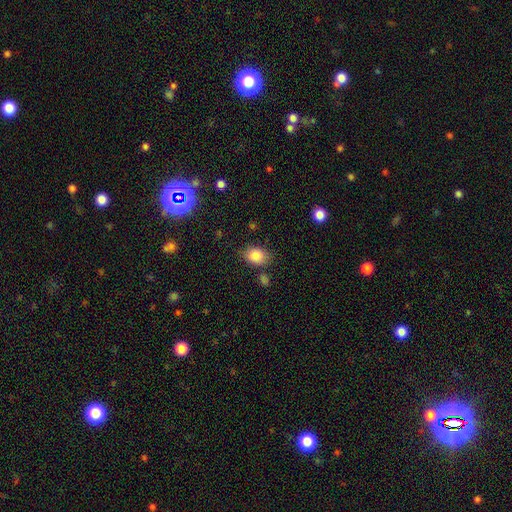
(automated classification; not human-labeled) Smooth or featured?
  - smooth: 84% *
  - star or artifact: 9%
  - featured or disk: 7%
How rounded?
  - in between: 73% *
  - round: 26%
  - cigar-shaped: 1%
Merging?
  - none: 77% *
  - minor disturbance: 15%
  - merger: 4%
  - major disturbance: 4%